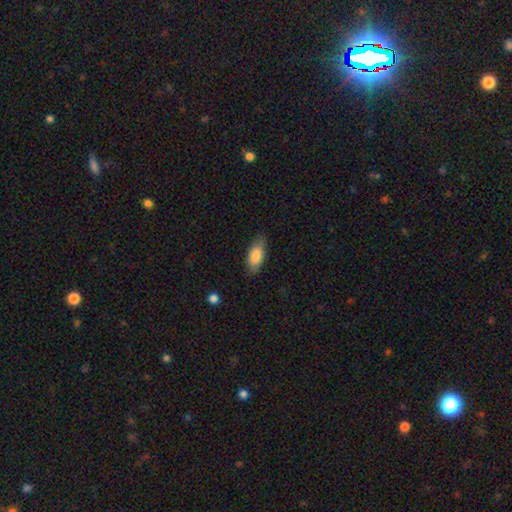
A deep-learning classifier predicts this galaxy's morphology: smooth 82%, featured or disk 12%, star or artifact 6%. Down the decision tree: how rounded — in between (85%); merging — none (78%).